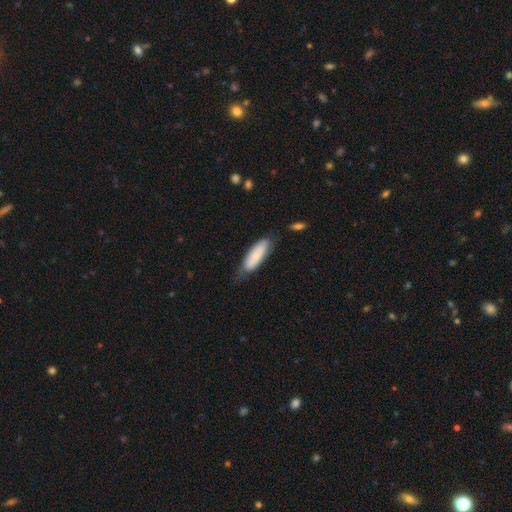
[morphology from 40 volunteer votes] smooth 78%, featured or disk 15%, star or artifact 8%. Down the decision tree: how rounded — in between (52%); merging — none (68%).